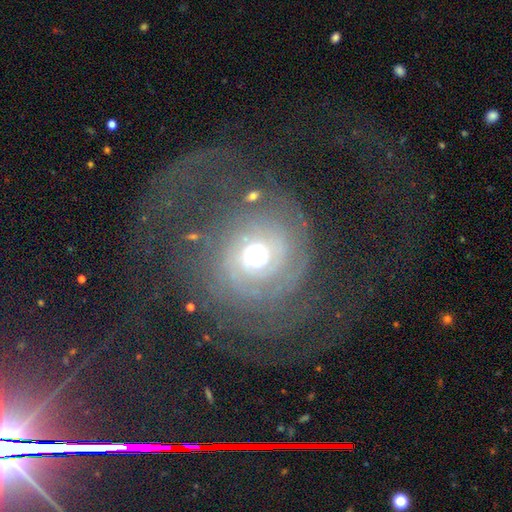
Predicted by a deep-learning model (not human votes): smooth_or_featured: featured or disk (p=0.77) [alt: smooth p=0.14]
disk_edge_on: no (p=0.97) [alt: yes p=0.03]
bar: no (p=0.76) [alt: weak p=0.19]
has_spiral_arms: yes (p=0.86) [alt: no p=0.14]
spiral_winding: tight (p=0.64) [alt: medium p=0.24]
spiral_arm_count: can't tell (p=0.39) [alt: 2 p=0.23]
bulge_size: moderate (p=0.67) [alt: large p=0.19]
merging: none (p=0.64) [alt: major disturbance p=0.19]